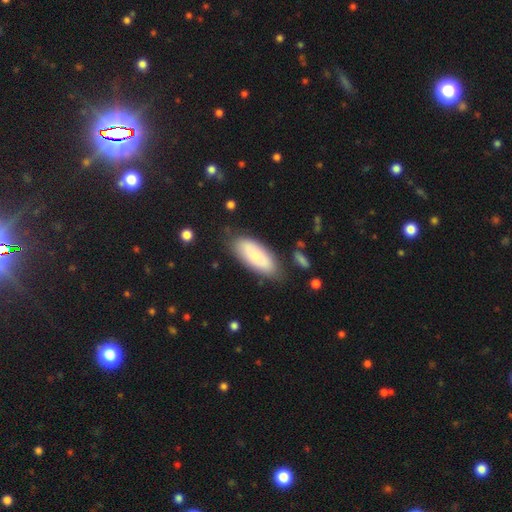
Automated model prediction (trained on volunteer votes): Smooth or featured?
  - smooth: 71% *
  - featured or disk: 23%
  - star or artifact: 6%
How rounded?
  - in between: 82% *
  - cigar-shaped: 17%
  - round: 2%
Merging?
  - none: 76% *
  - minor disturbance: 17%
  - major disturbance: 4%
  - merger: 3%